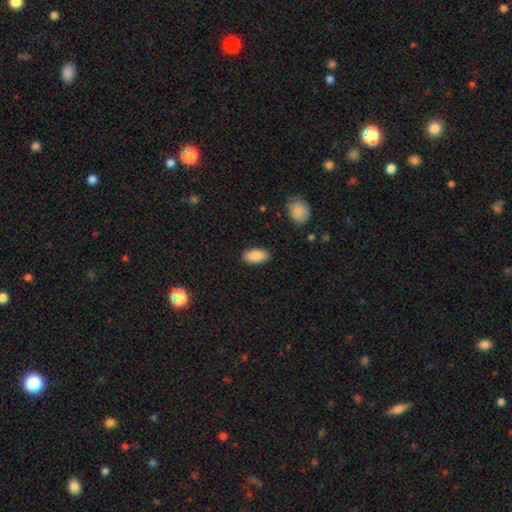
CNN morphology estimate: smooth-or-featured: smooth: 86% | featured or disk: 8% | star or artifact: 7%
  how-rounded: in between: 92% | cigar-shaped: 5% | round: 3%
  merging: none: 87% | minor disturbance: 10% | major disturbance: 2% | merger: 1%